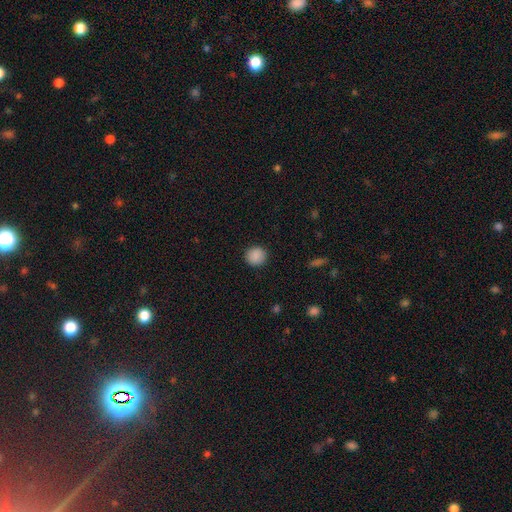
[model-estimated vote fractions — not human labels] Smooth or featured: smooth — 89% (star or artifact — 8%)
How rounded: round — 91% (in between — 8%)
Merging: none — 92% (minor disturbance — 6%)